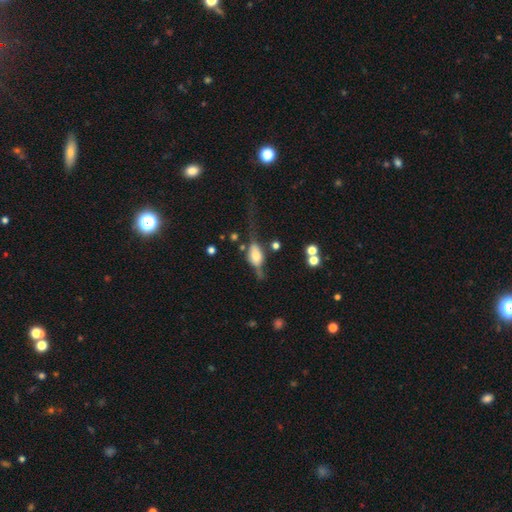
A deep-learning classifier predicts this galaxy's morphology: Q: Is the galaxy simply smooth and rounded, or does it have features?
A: featured or disk — 52%.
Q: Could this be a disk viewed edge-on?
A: yes — 80%.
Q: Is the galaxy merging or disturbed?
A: none — 40%.